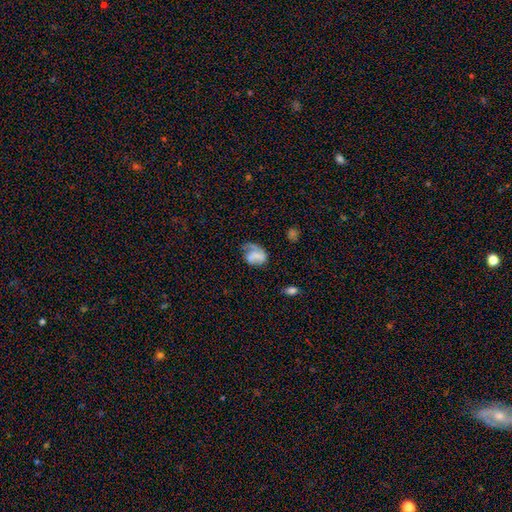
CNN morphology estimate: Q: Smooth or featured?
A: smooth (48%); runner-up: featured or disk (42%)
Q: Merging?
A: none (36%); runner-up: major disturbance (32%)